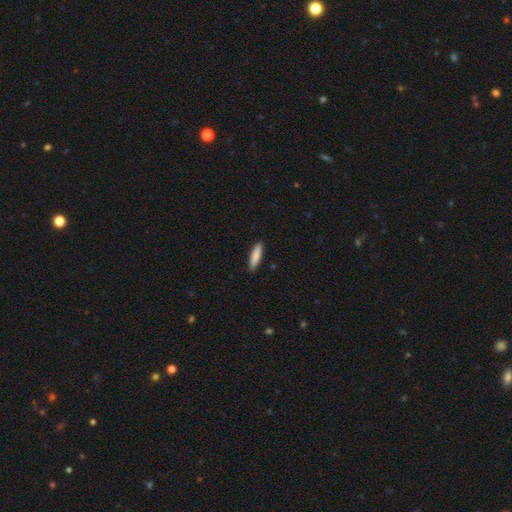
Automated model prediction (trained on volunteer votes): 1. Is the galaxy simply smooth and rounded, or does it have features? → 86% smooth, 9% featured or disk, 5% star or artifact.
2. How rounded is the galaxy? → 71% cigar-shaped, 28% in between, 1% round.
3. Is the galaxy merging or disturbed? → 89% none, 8% minor disturbance, 2% major disturbance, 1% merger.